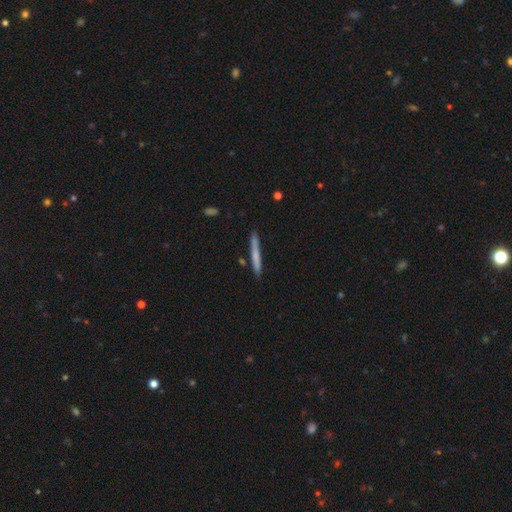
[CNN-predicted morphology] Overall: smooth (65%; featured or disk 29%). How rounded: cigar-shaped (97%). Merging: none (86%).